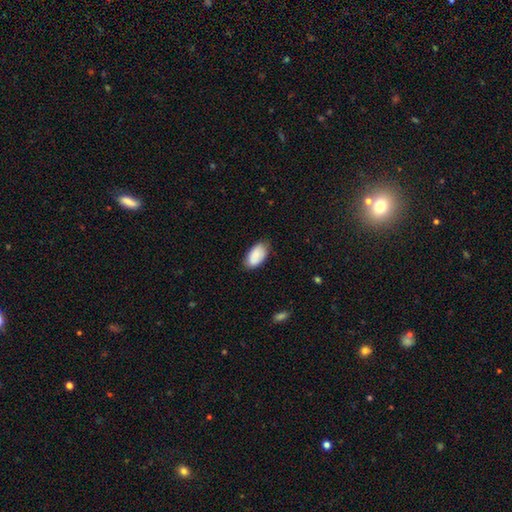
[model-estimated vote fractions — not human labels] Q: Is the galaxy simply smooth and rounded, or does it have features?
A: smooth — 85%.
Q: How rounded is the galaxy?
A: in between — 95%.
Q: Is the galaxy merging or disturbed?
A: none — 75%.